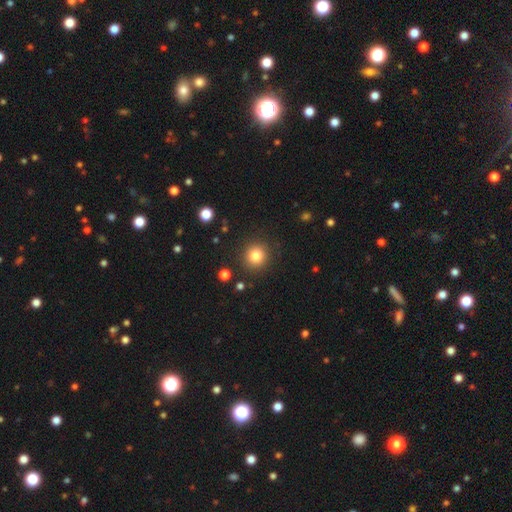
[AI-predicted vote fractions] This is clearly a smooth galaxy (82%). How rounded: clearly round (92%). Merging: clearly none (89%).